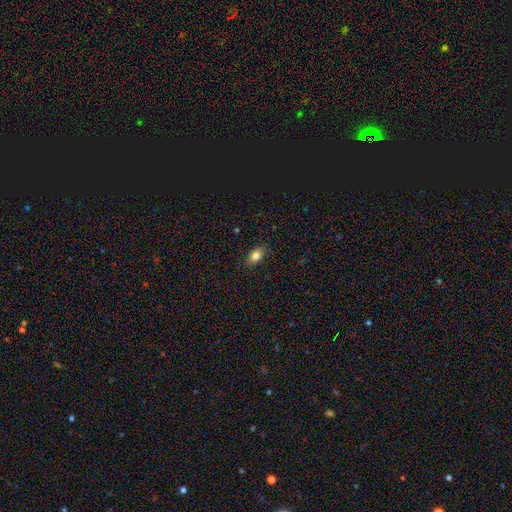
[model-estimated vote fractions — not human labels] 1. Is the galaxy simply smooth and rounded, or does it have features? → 84% smooth, 9% star or artifact, 7% featured or disk.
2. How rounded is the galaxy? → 82% in between, 15% round, 2% cigar-shaped.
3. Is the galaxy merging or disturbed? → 86% none, 10% minor disturbance, 2% major disturbance, 1% merger.